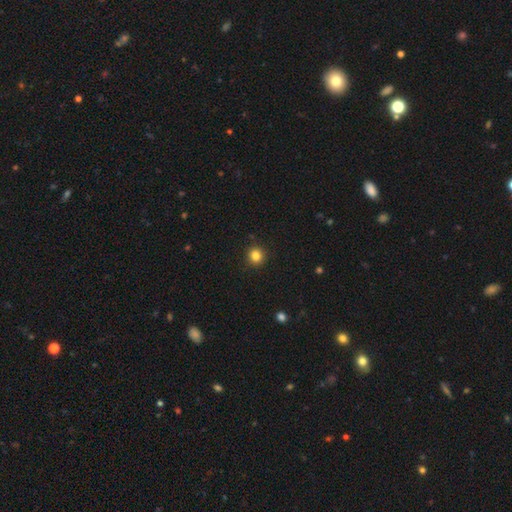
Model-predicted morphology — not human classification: smooth_or_featured: smooth (p=0.83) [alt: star or artifact p=0.12]
how_rounded: round (p=0.94) [alt: in between p=0.05]
merging: none (p=0.92) [alt: minor disturbance p=0.05]